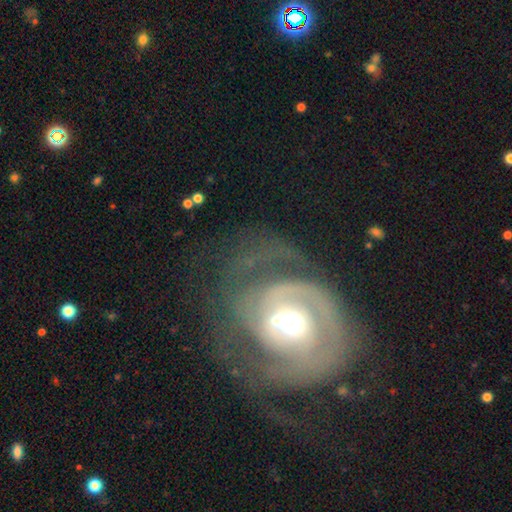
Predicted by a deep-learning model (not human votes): The model was most divided on "spiral arm count": 2: 33%, can't tell: 29%, 1: 17%, 3: 12%, 4: 5%, more than 4: 5%. Remaining: edge-on disk — no (97%); spiral arms — yes (88%); smooth or featured — featured or disk (83%); bulge size — moderate (65%); spiral winding — tight (60%); bar — no (51%); merging — none (45%).